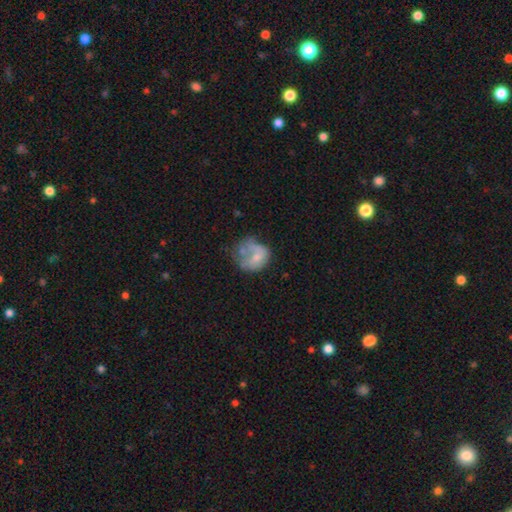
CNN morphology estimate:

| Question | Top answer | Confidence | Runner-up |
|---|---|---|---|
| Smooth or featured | smooth | 54% | featured or disk (37%) |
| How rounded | round | 61% | in between (38%) |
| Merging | major disturbance | 31% | none (26%) |